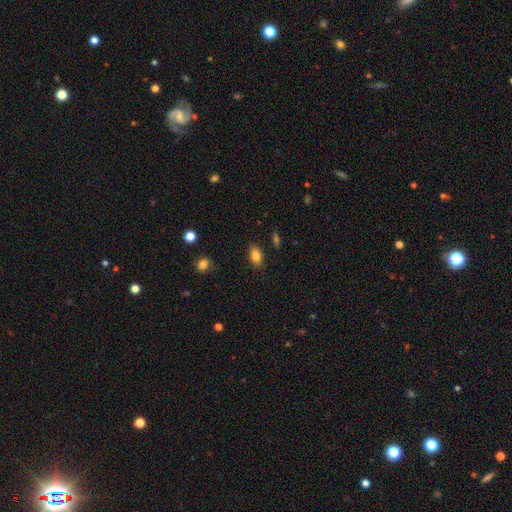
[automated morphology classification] The model was most divided on "merging": none: 84%, minor disturbance: 12%, major disturbance: 3%, merger: 2%. More confident: how rounded — in between (87%); smooth or featured — smooth (83%).